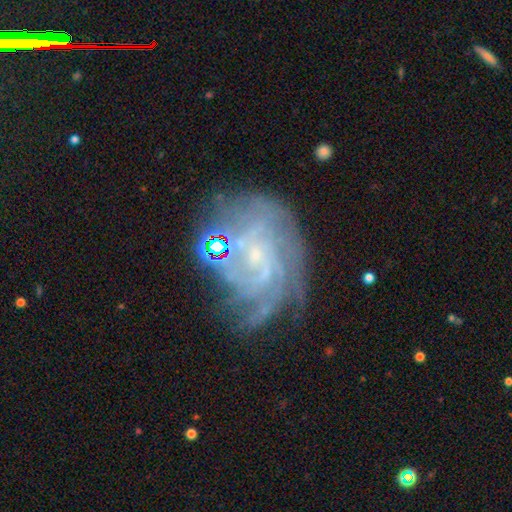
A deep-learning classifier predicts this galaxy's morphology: smooth-or-featured: featured or disk: 82% | star or artifact: 9% | smooth: 9%
  disk-edge-on: no: 97% | yes: 3%
    bar: no: 64% | weak: 29% | strong: 7%
    has-spiral-arms: yes: 92% | no: 8%
      spiral-winding: tight: 61% | medium: 29% | loose: 10%
      spiral-arm-count: can't tell: 36% | 4: 19% | 3: 16% | more than 4: 11% | 2: 11% | 1: 7%
    bulge-size: small: 80% | none: 10% | moderate: 8% | large: 1% | dominant: 1%
  merging: none: 52% | minor disturbance: 22% | major disturbance: 19% | merger: 7%